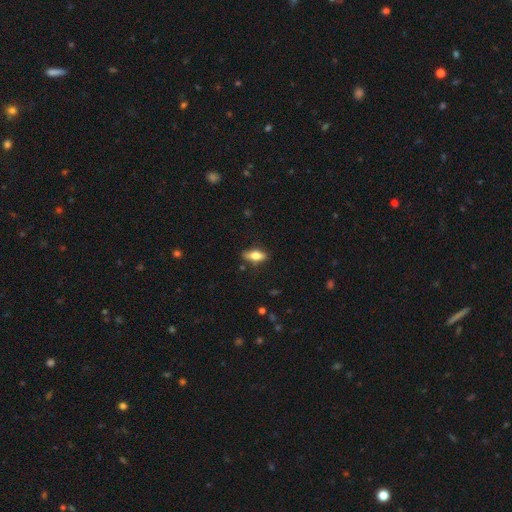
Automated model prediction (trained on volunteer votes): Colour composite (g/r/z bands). It shows a smooth galaxy with no disk features (67%) that is in between round and cigar-shaped (75%). Merging: none (80%).